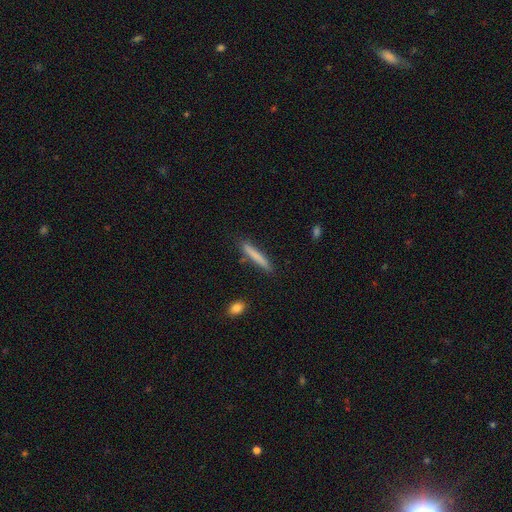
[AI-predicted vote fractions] This is likely a smooth galaxy (75%). How rounded: clearly cigar-shaped (95%). Merging: clearly none (86%).